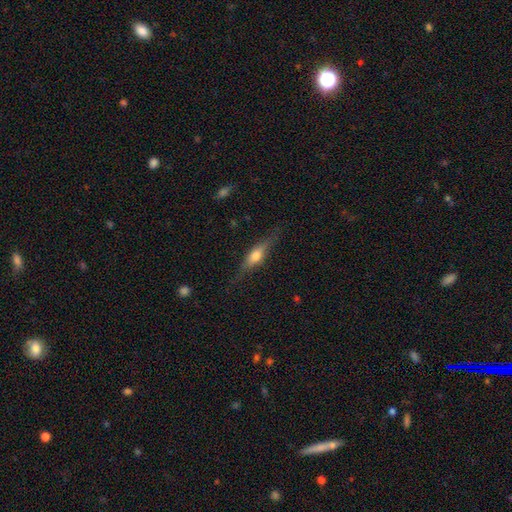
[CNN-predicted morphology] Smooth or featured? Predicted: featured or disk (p=0.48). Merging? Predicted: none (p=0.80).